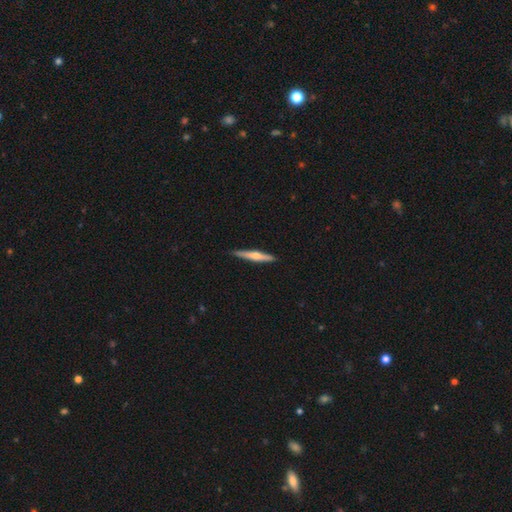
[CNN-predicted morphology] type=featured or disk (55%); edge-on=yes (97%); edge-on bulge=rounded (84%); merging=none (89%).